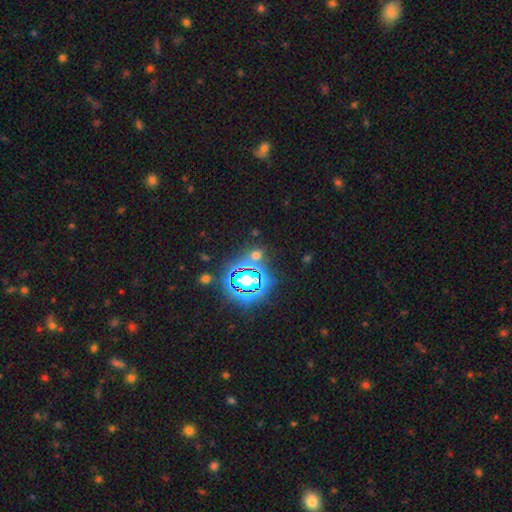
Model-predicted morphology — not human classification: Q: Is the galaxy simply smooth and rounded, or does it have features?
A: star or artifact — 56%.